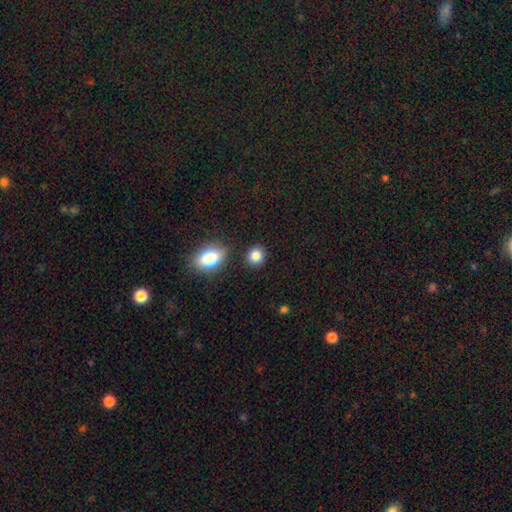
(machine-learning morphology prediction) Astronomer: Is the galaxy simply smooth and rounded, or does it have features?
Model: smooth — 84%.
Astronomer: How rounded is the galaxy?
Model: round — 79%.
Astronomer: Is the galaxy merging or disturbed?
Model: none — 85%.